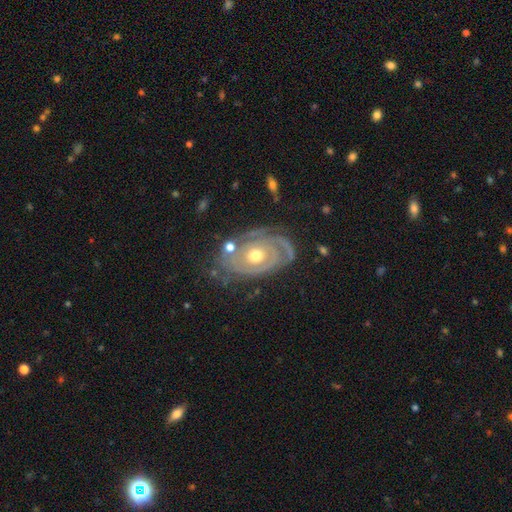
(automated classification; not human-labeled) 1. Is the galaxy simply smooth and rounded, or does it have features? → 87% featured or disk, 7% smooth, 5% star or artifact.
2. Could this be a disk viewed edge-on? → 96% no, 4% yes.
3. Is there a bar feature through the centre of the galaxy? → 83% no, 13% weak, 4% strong.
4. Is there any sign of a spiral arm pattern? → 93% yes, 7% no.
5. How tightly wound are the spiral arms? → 80% tight, 16% medium, 4% loose.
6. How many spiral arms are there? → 38% 2, 24% can't tell, 18% 3, 9% 1, 6% 4, 5% more than 4.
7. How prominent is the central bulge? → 70% moderate, 24% small, 4% large, 1% dominant, 1% none.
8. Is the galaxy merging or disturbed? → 69% none, 19% minor disturbance, 8% major disturbance, 3% merger.